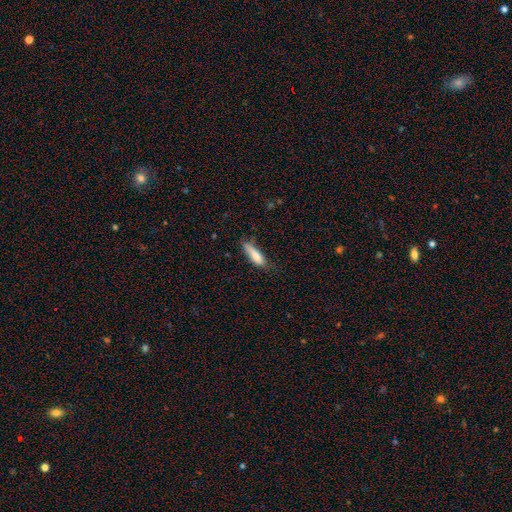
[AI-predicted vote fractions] Smooth or featured? smooth (78%)
How rounded? cigar-shaped (59%)
Merging? none (56%)